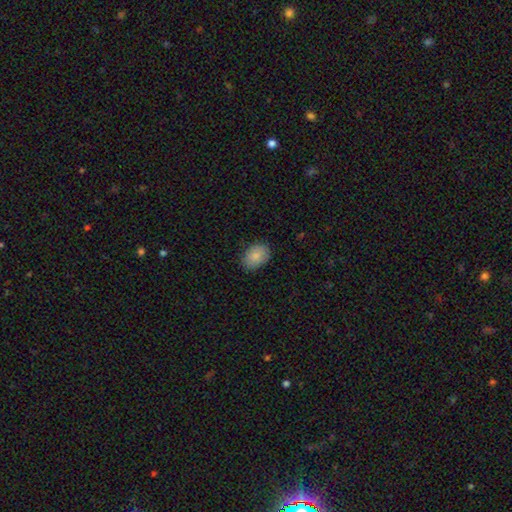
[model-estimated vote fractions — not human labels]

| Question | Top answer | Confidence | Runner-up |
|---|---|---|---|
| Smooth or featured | smooth | 87% | star or artifact (7%) |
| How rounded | in between | 81% | round (18%) |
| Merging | none | 84% | minor disturbance (12%) |